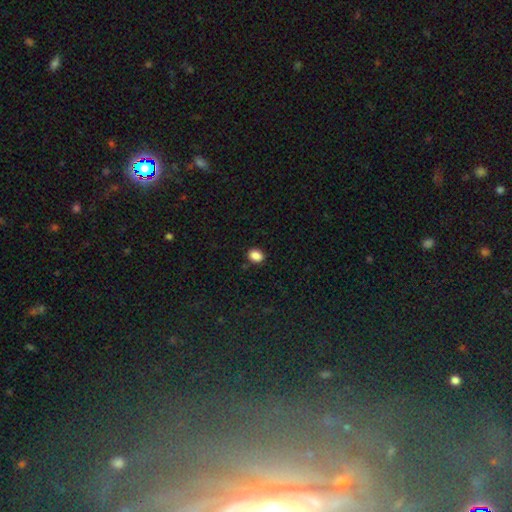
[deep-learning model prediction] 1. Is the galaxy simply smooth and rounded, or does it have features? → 87% smooth, 10% star or artifact, 3% featured or disk.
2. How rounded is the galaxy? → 64% in between, 35% round, 1% cigar-shaped.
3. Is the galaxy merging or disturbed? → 87% none, 9% minor disturbance, 2% major disturbance, 1% merger.